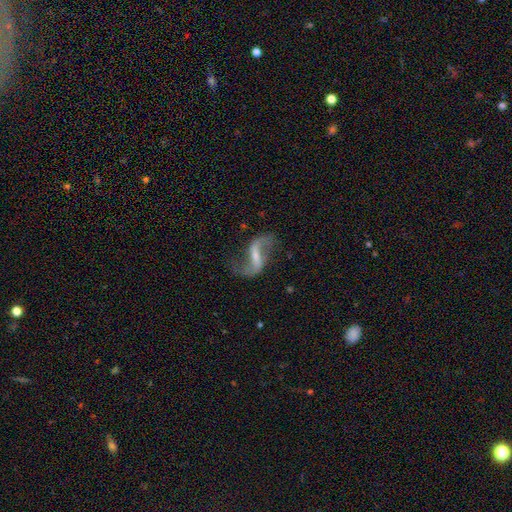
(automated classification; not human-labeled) Smooth or featured? featured or disk (89%)
Edge-on disk? no (96%)
Bar? strong (45%)
Spiral arms? yes (95%)
Spiral winding? loose (85%)
Spiral arm count? 2 (93%)
Bulge size? small (48%)
Merging? none (74%)